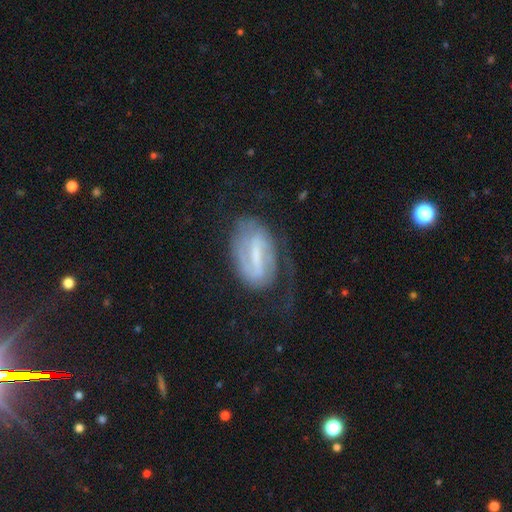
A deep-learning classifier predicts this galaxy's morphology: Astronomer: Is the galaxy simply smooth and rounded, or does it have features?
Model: featured or disk — 79%.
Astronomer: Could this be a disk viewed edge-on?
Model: no — 95%.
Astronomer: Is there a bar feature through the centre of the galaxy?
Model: strong — 52% (runner-up: weak, 38%).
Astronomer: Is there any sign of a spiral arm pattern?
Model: yes — 90%.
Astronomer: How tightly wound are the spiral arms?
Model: medium — 40% (runner-up: tight, 39%).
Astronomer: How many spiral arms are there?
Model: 2 — 62%.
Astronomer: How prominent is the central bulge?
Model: small — 44% (runner-up: none, 27%).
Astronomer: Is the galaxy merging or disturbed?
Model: none — 51%.